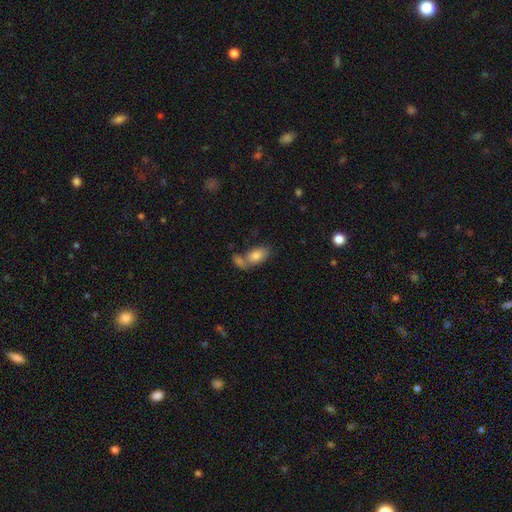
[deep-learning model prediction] smooth_or_featured: smooth (p=0.82) [alt: featured or disk p=0.11]
how_rounded: in between (p=0.91) [alt: round p=0.06]
merging: merger (p=0.44) [alt: none p=0.40]